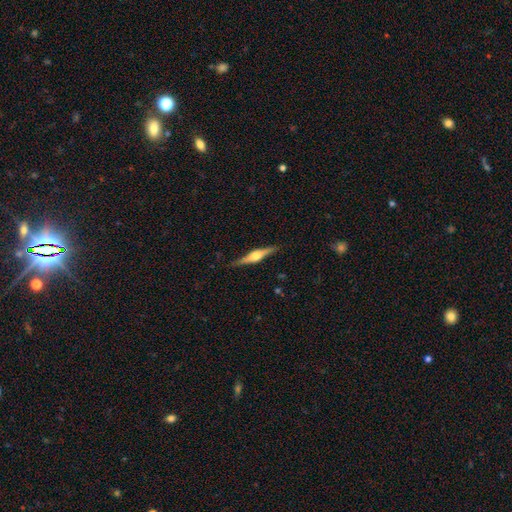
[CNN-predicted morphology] featured or disk 77%, smooth 18%, star or artifact 5%. Down the decision tree: edge-on disk — yes (98%); edge-on bulge — rounded (92%); merging — none (89%).